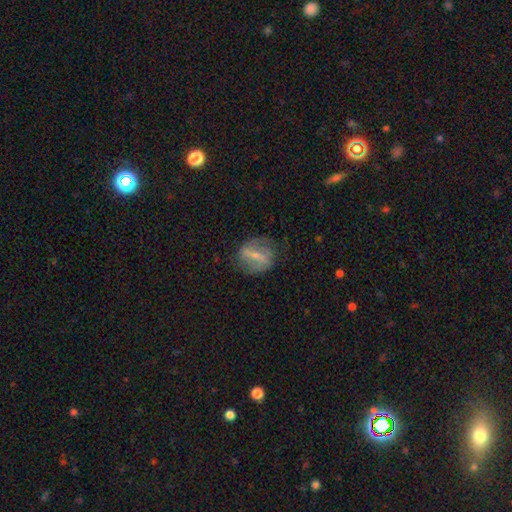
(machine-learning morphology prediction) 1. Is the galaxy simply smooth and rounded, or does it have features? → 69% featured or disk, 24% smooth, 7% star or artifact.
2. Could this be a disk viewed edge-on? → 94% no, 6% yes.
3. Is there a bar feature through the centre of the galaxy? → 53% strong, 35% weak, 12% no.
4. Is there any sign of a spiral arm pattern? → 72% yes, 28% no.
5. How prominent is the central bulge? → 58% small, 30% moderate, 10% none, 2% large, 1% dominant.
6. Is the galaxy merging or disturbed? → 70% none, 19% minor disturbance, 9% major disturbance, 2% merger.